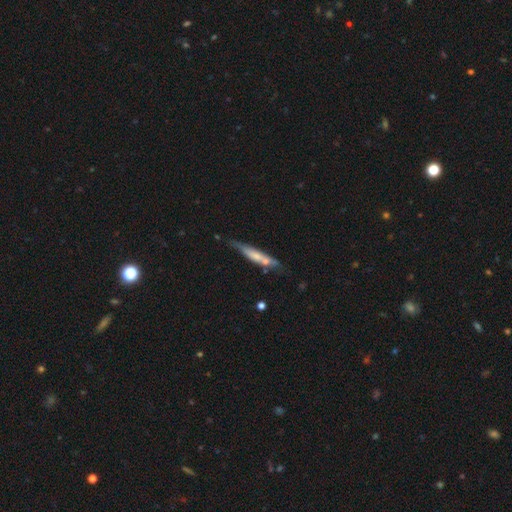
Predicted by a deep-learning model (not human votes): Smooth or featured?
  - smooth: 48% *
  - featured or disk: 46%
  - star or artifact: 7%
Merging?
  - none: 59% *
  - minor disturbance: 24%
  - merger: 10%
  - major disturbance: 7%